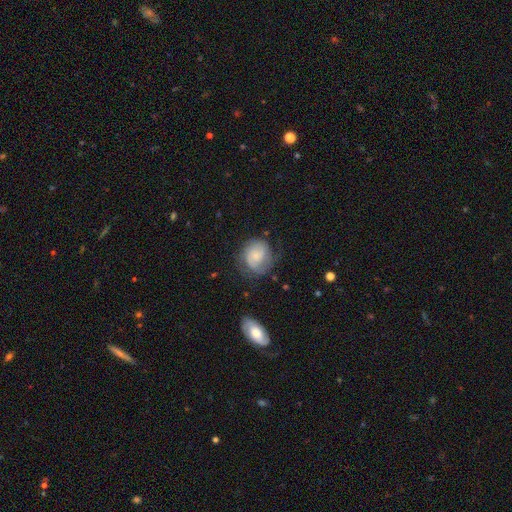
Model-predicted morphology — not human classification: type=smooth (50%); merging=none (57%).